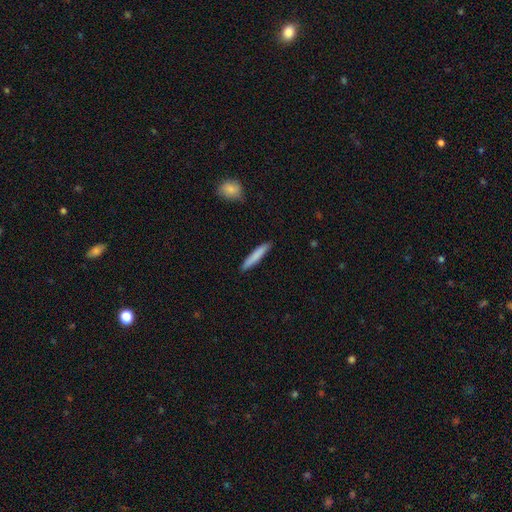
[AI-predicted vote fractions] This appears to be a smooth galaxy with no disk features (80%) that is cigar-shaped (93%). Merging: none (89%).